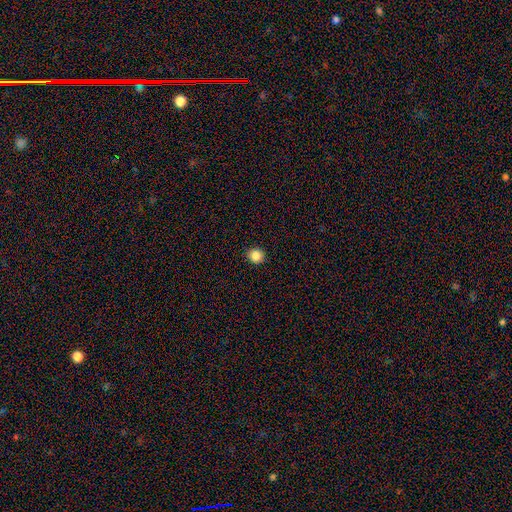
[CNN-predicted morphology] smooth 86%, star or artifact 11%, featured or disk 4%. Down the decision tree: how rounded — round (90%); merging — none (92%).